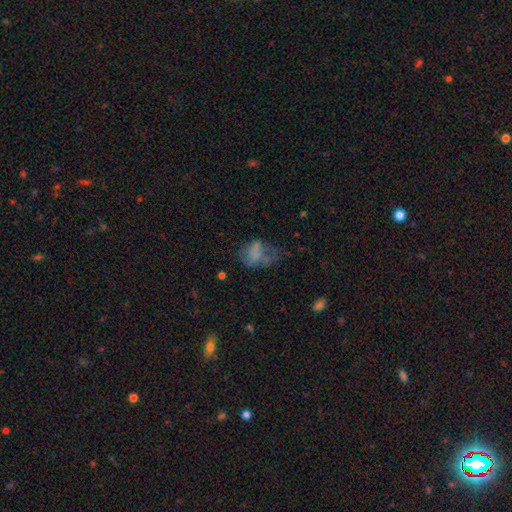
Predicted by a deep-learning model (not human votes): smooth_or_featured: smooth (p=0.49) [alt: featured or disk p=0.35]
merging: major disturbance (p=0.37) [alt: none p=0.30]